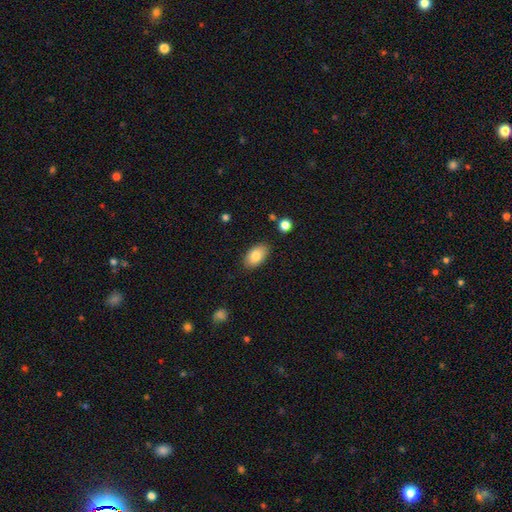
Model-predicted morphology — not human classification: This is clearly a smooth galaxy (83%). How rounded: clearly in between (93%). Merging: clearly none (86%).